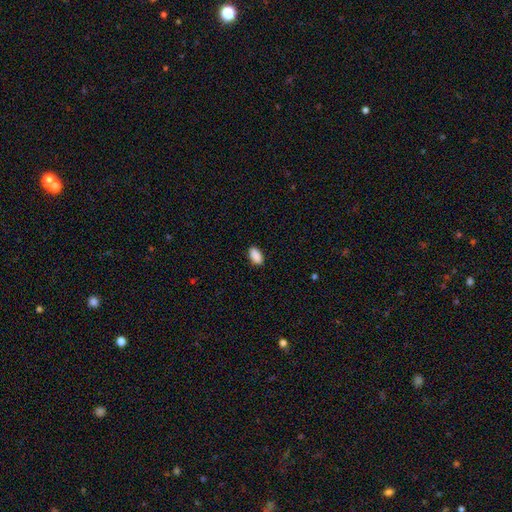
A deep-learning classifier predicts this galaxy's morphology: Smooth or featured? smooth (91%)
How rounded? in between (94%)
Merging? none (89%)